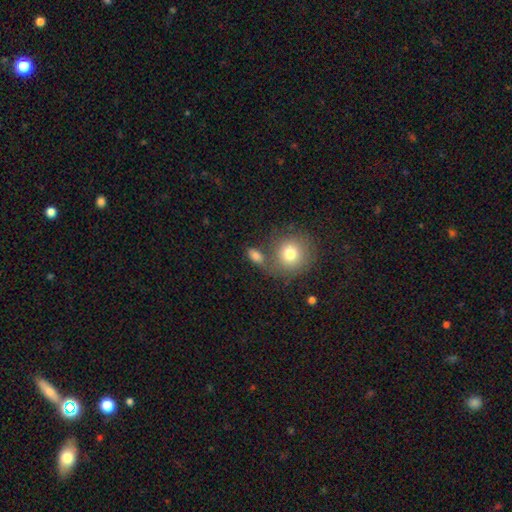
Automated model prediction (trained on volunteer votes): The model was most divided on "merging": none: 57%, merger: 21%, minor disturbance: 15%, major disturbance: 7%. More confident: smooth or featured — smooth (80%); how rounded — in between (71%).